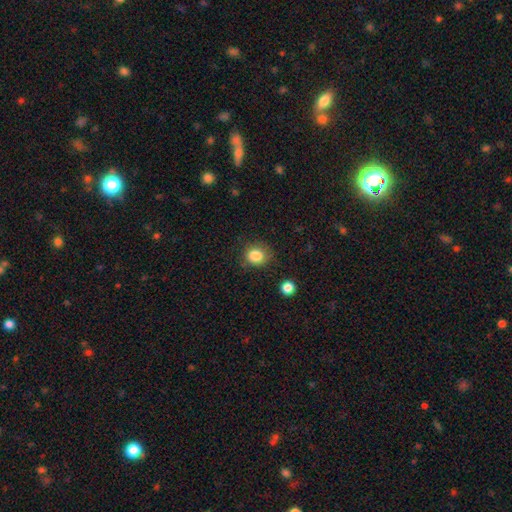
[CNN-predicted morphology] smooth_or_featured: smooth (p=0.84) [alt: star or artifact p=0.10]
how_rounded: round (p=0.70) [alt: in between p=0.29]
merging: none (p=0.71) [alt: minor disturbance p=0.20]